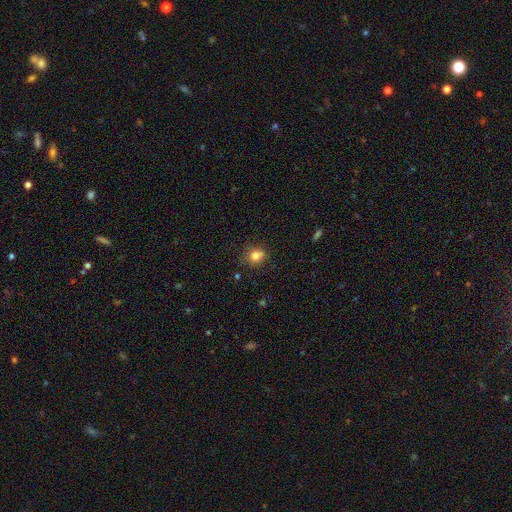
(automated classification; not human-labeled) smooth_or_featured: smooth (p=0.80) [alt: star or artifact p=0.12]
how_rounded: round (p=0.77) [alt: in between p=0.22]
merging: none (p=0.73) [alt: minor disturbance p=0.16]